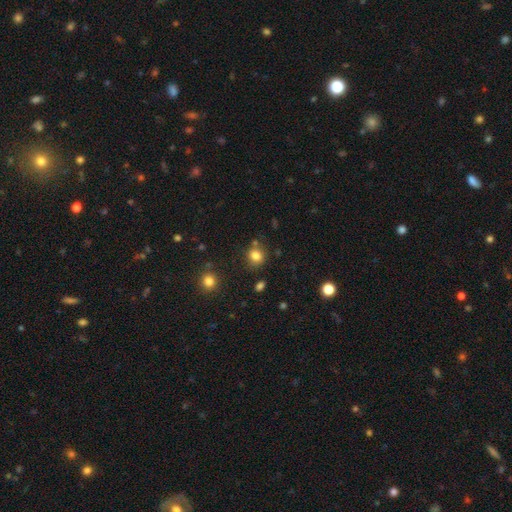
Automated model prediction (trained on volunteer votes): smooth_or_featured: smooth (p=0.81) [alt: star or artifact p=0.13]
how_rounded: round (p=0.80) [alt: in between p=0.20]
merging: none (p=0.78) [alt: minor disturbance p=0.12]